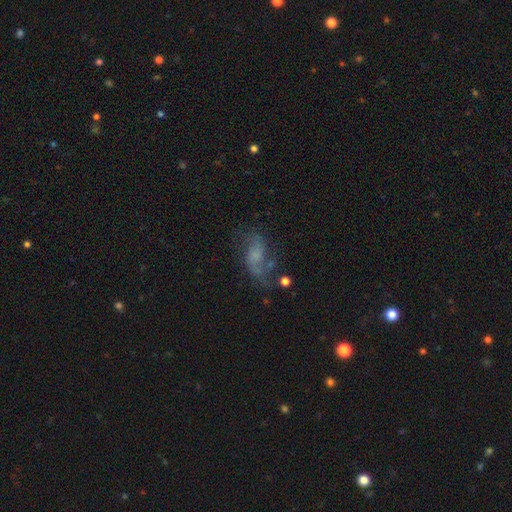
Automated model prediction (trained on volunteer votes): A featured or disk galaxy (68%) with no bar (57%), 2 (77%) loose (66%) spiral arms (87%) and no central bulge (42%). Merging: none (48%).